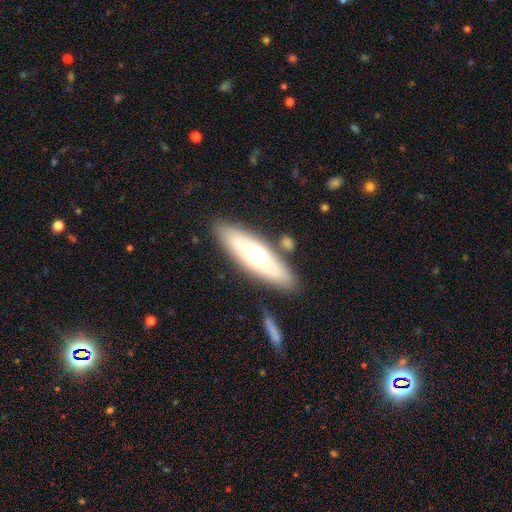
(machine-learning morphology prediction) A smooth galaxy with no disk features (50%) that is cigar-shaped (50%). Merging: none (81%).